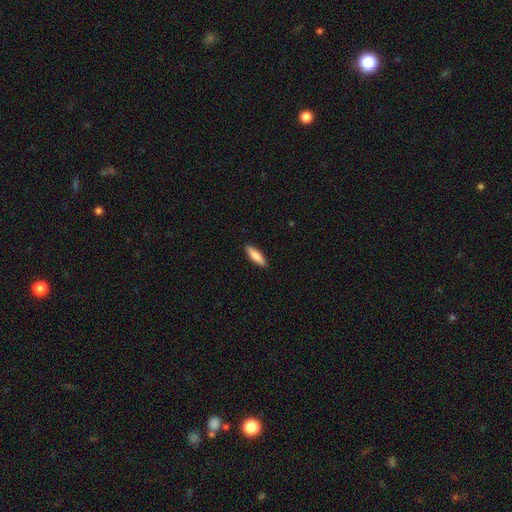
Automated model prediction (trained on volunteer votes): smooth_or_featured: smooth (p=0.82) [alt: featured or disk p=0.13]
how_rounded: cigar-shaped (p=0.63) [alt: in between p=0.35]
merging: none (p=0.90) [alt: minor disturbance p=0.07]